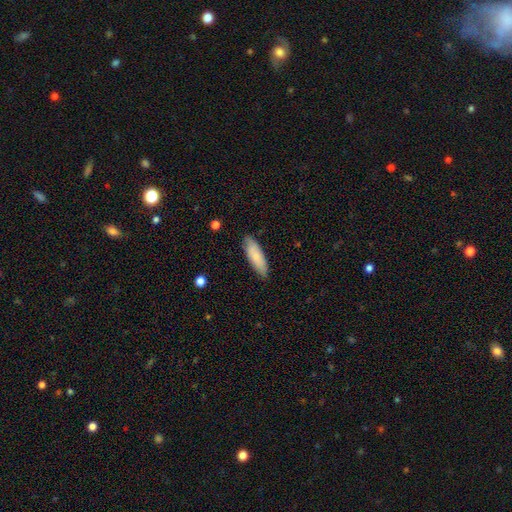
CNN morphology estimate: Smooth or featured?
  - smooth: 81% *
  - featured or disk: 13%
  - star or artifact: 6%
How rounded?
  - in between: 54% *
  - cigar-shaped: 44%
  - round: 1%
Merging?
  - none: 83% *
  - minor disturbance: 13%
  - major disturbance: 2%
  - merger: 1%